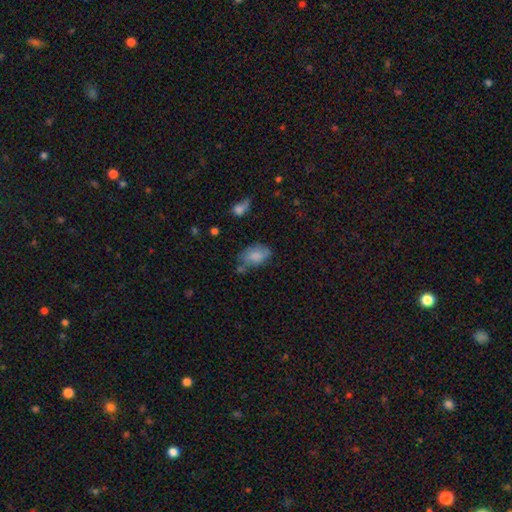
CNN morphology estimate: Smooth or featured: smooth — 73% (featured or disk — 19%)
How rounded: in between — 89% (round — 9%)
Merging: none — 51% (minor disturbance — 30%)